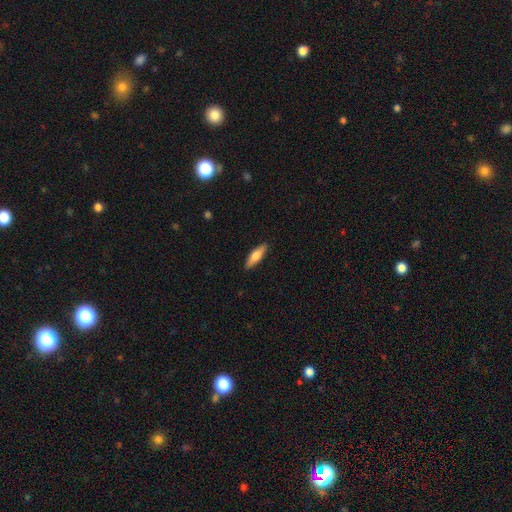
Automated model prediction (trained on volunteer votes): Q: Smooth or featured?
A: smooth (63%); runner-up: featured or disk (31%)
Q: How rounded?
A: cigar-shaped (61%); runner-up: in between (37%)
Q: Merging?
A: none (89%); runner-up: minor disturbance (8%)